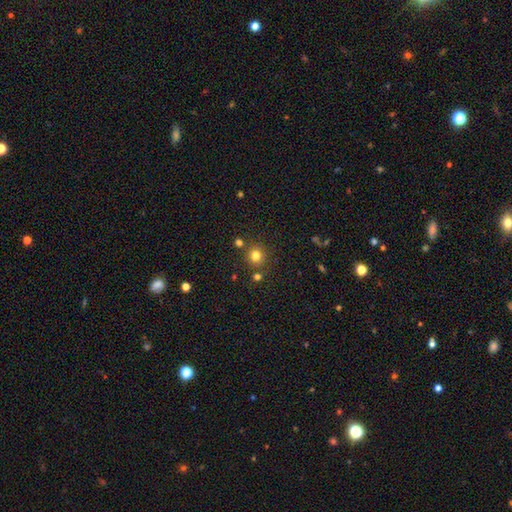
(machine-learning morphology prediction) Smooth or featured? Predicted: smooth (p=0.77). How rounded? Predicted: round (p=0.92). Merging? Predicted: none (p=0.82).